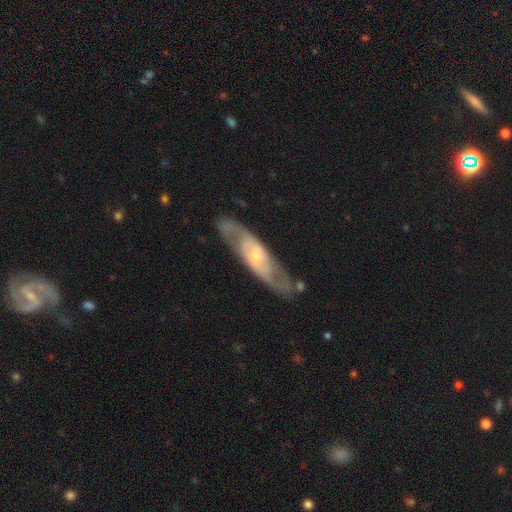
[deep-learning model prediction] Smooth or featured? featured or disk (74%)
Edge-on disk? no (75%)
Bar? no (58%)
Spiral arms? yes (75%)
Bulge size? small (57%)
Merging? none (78%)